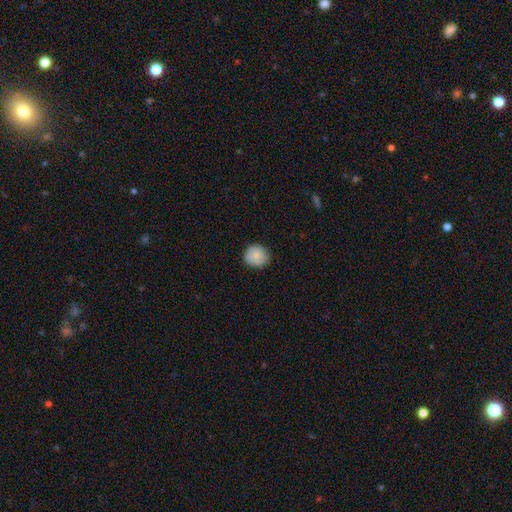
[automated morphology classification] A smooth galaxy with no disk features (84%) that is round (88%).

Vote fractions:
- Smooth or featured? smooth: 84% / featured or disk: 9% / star or artifact: 8%
- How rounded? round: 88% / in between: 11% / cigar-shaped: 1%
- Merging? none: 84% / minor disturbance: 13% / major disturbance: 2% / merger: 1%